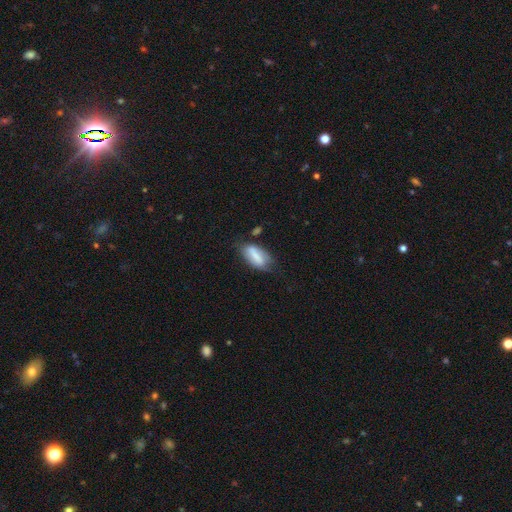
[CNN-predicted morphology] Overall: smooth (69%). How rounded: in between (82%). Merging: none (56%; minor disturbance 30%).